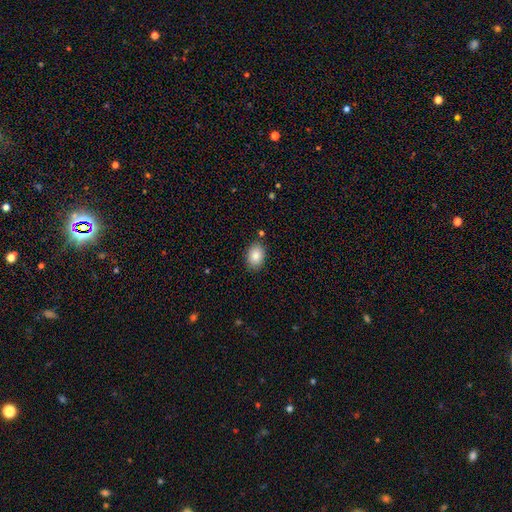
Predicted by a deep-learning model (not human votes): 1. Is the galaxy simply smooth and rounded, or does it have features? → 85% smooth, 8% star or artifact, 7% featured or disk.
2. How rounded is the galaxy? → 77% in between, 22% round, 1% cigar-shaped.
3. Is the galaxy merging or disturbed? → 84% none, 11% minor disturbance, 2% major disturbance, 2% merger.